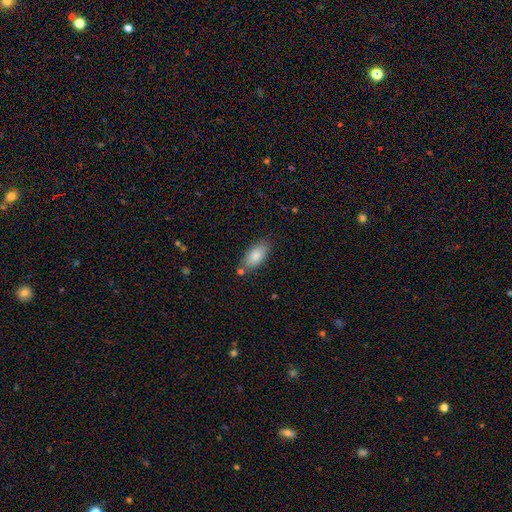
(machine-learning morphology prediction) smooth 84%, featured or disk 9%, star or artifact 7%. Down the decision tree: how rounded — in between (90%); merging — none (76%).